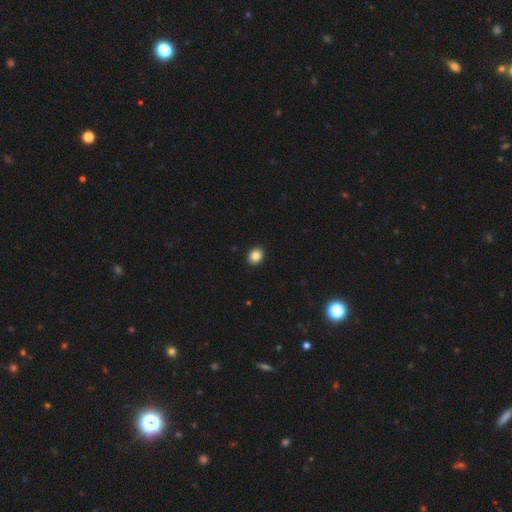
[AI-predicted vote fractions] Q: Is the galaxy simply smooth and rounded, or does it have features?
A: smooth — 86%.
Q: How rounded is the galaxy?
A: round — 58%.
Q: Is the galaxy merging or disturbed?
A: none — 92%.